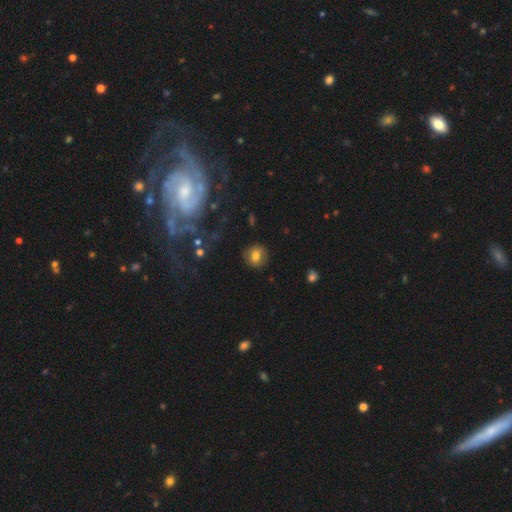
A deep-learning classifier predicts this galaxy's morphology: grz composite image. It shows a smooth galaxy with no disk features (73%) that is round (78%). Merging: none (87%).